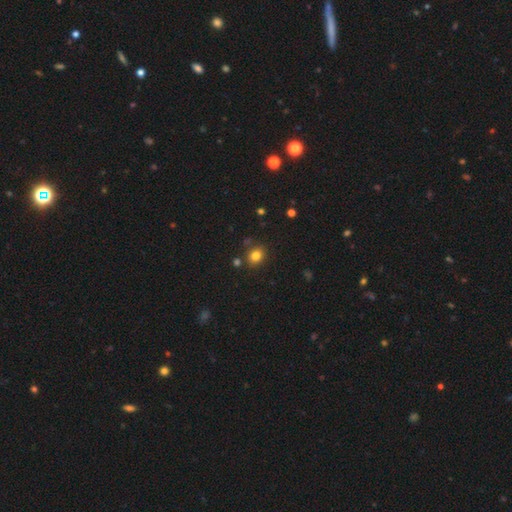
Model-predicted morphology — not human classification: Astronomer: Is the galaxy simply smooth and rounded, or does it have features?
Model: smooth — 81%.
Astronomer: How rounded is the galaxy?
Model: round — 62% (runner-up: in between, 37%).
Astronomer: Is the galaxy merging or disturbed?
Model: none — 81%.